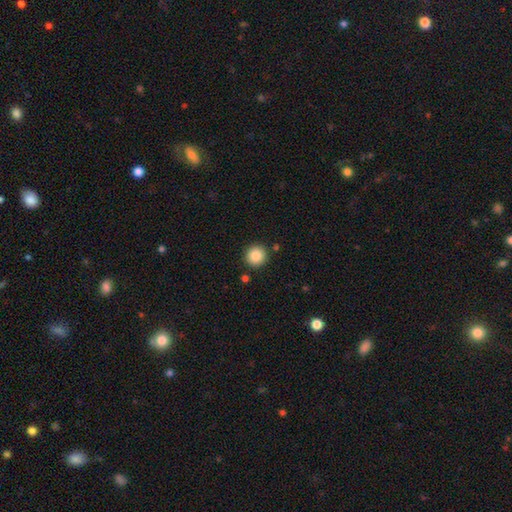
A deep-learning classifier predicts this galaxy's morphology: The model was most divided on "smooth or featured": smooth: 87%, star or artifact: 9%, featured or disk: 4%. More confident: how rounded — round (94%); merging — none (89%).